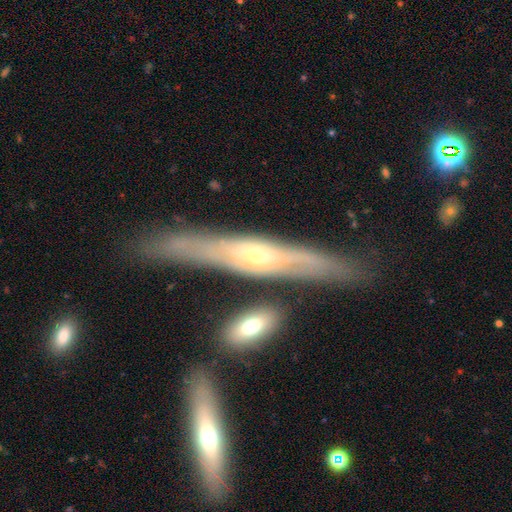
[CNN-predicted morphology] A featured or disk galaxy (71%) viewed edge-on (85%) with a rounded central bulge (68%).

Vote fractions:
- Smooth or featured? featured or disk: 71% / smooth: 23% / star or artifact: 6%
- Edge-on disk? yes: 85% / no: 15%
- Edge-on bulge? rounded: 68% / none: 25% / boxy: 6%
- Merging? none: 78% / minor disturbance: 12% / merger: 7% / major disturbance: 3%